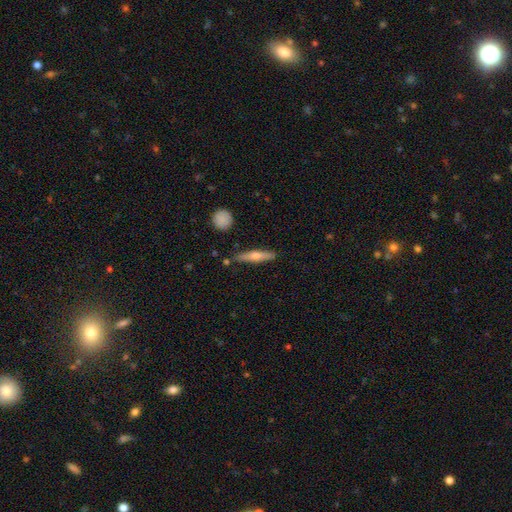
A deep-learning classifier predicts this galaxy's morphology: smooth_or_featured: featured or disk (p=0.48) [alt: smooth p=0.46]
merging: none (p=0.85) [alt: minor disturbance p=0.10]